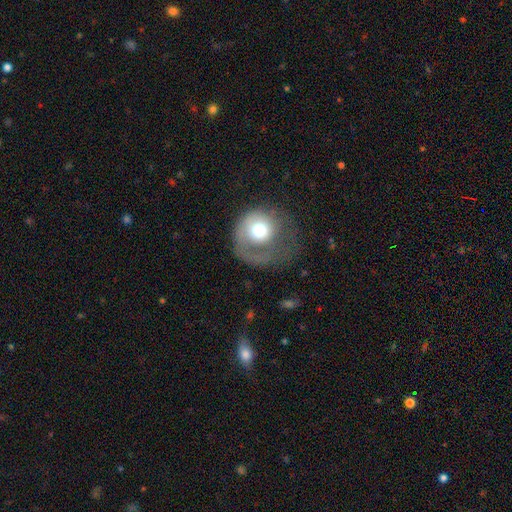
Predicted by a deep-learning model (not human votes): Smooth or featured: featured or disk — 49% (smooth — 40%)
Merging: none — 47% (major disturbance — 29%)